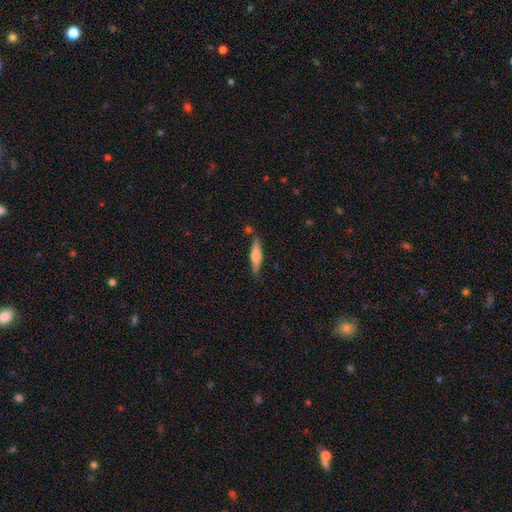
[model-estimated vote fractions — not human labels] A smooth galaxy with no disk features (48%). Merging: none (78%).